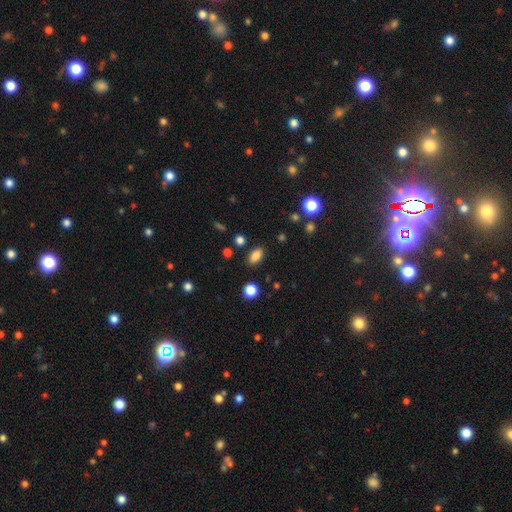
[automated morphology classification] smooth-or-featured: smooth: 83% | star or artifact: 11% | featured or disk: 6%
  how-rounded: in between: 87% | round: 10% | cigar-shaped: 4%
  merging: none: 86% | minor disturbance: 9% | major disturbance: 3% | merger: 2%